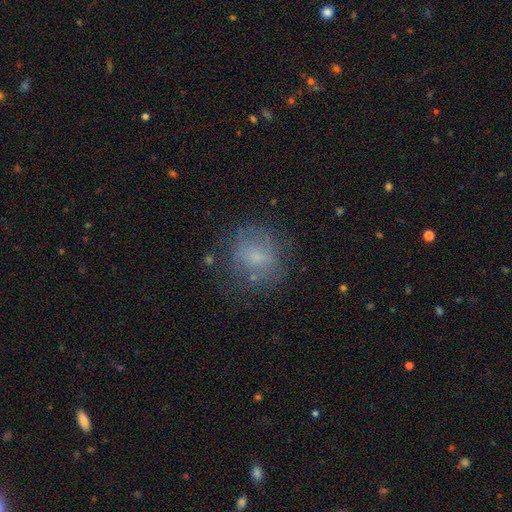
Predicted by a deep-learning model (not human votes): Smooth or featured: smooth — 56% (featured or disk — 32%)
How rounded: round — 78% (in between — 21%)
Merging: none — 66% (minor disturbance — 19%)